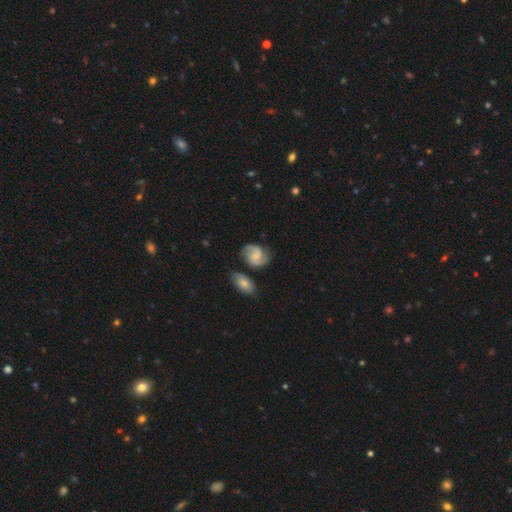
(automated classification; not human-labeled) Smooth or featured? featured or disk (75%)
Edge-on disk? no (98%)
Bar? no (50%)
Spiral arms? yes (96%)
Spiral winding? medium (52%)
Spiral arm count? 2 (89%)
Bulge size? small (36%, tied with none)
Merging? none (71%)